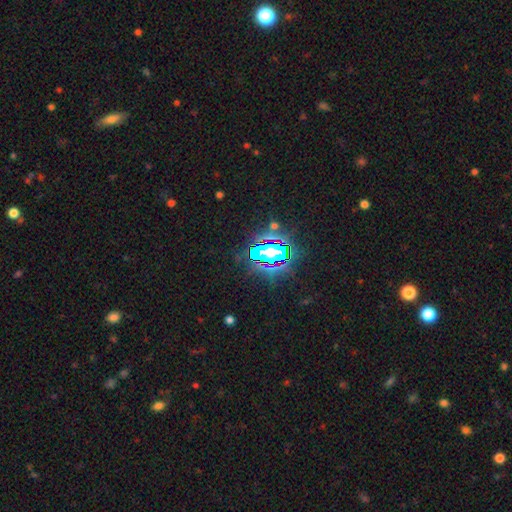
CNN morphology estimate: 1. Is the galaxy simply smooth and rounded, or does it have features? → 82% star or artifact, 11% smooth, 7% featured or disk.